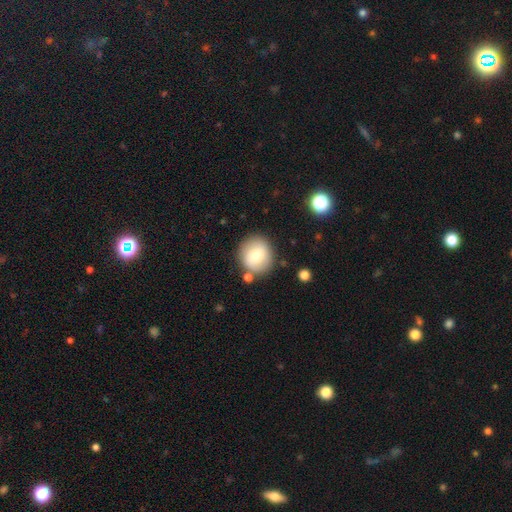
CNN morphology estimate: The model was most divided on "smooth or featured": smooth: 72%, featured or disk: 19%, star or artifact: 8%. More confident: how rounded — round (89%); merging — none (82%).